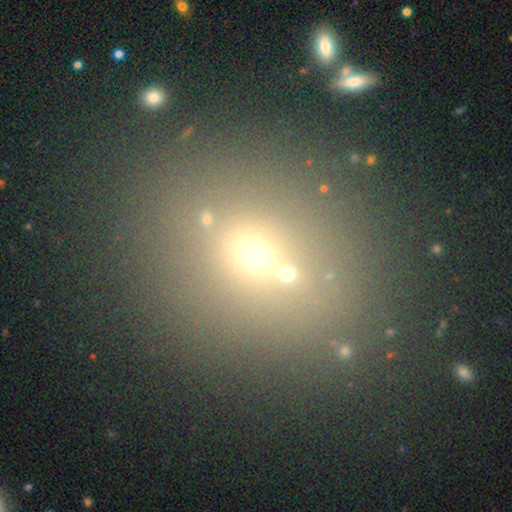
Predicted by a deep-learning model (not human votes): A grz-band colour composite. It shows a smooth galaxy with no disk features (58%) that is round (59%). Merging: none (75%).